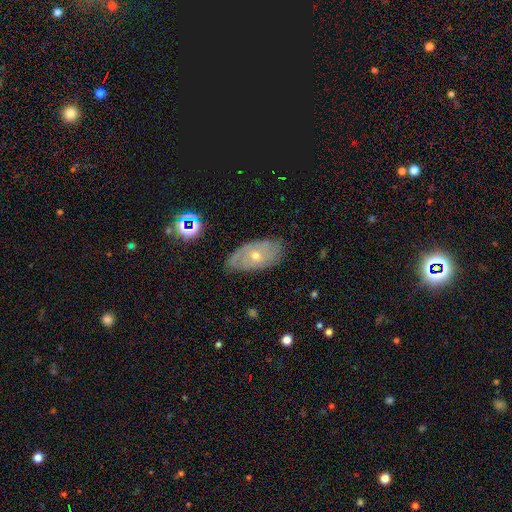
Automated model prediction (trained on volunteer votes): smooth_or_featured: featured or disk (p=0.68) [alt: smooth p=0.22]
disk_edge_on: no (p=0.90) [alt: yes p=0.10]
bar: no (p=0.79) [alt: weak p=0.17]
has_spiral_arms: yes (p=0.79) [alt: no p=0.21]
bulge_size: small (p=0.49) [alt: moderate p=0.48]
merging: none (p=0.73) [alt: minor disturbance p=0.21]